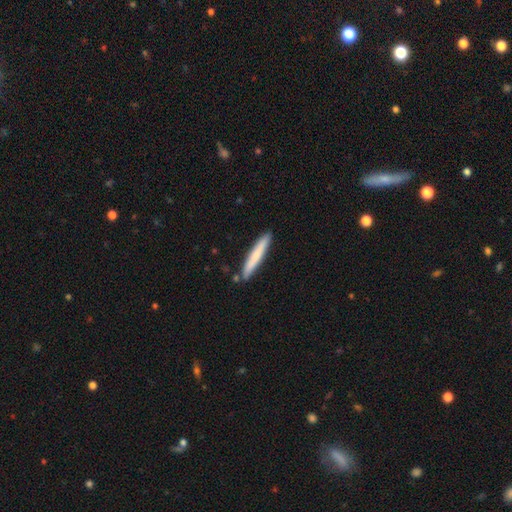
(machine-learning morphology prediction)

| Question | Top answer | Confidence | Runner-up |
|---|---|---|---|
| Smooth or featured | smooth | 71% | featured or disk (24%) |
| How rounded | cigar-shaped | 95% | in between (4%) |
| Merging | none | 86% | minor disturbance (9%) |